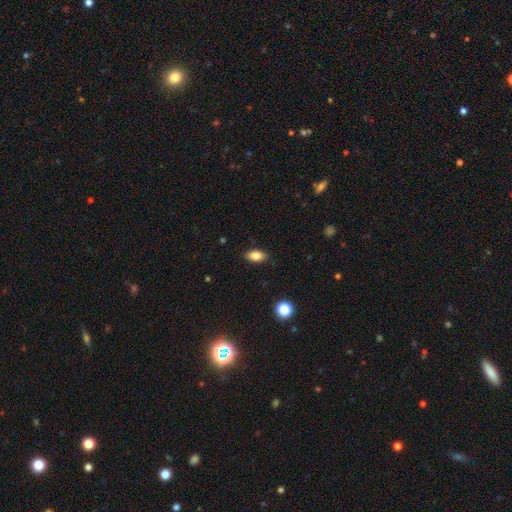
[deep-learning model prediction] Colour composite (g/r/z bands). It shows a smooth galaxy with no disk features (83%) that is in between round and cigar-shaped (90%). Merging: none (88%).